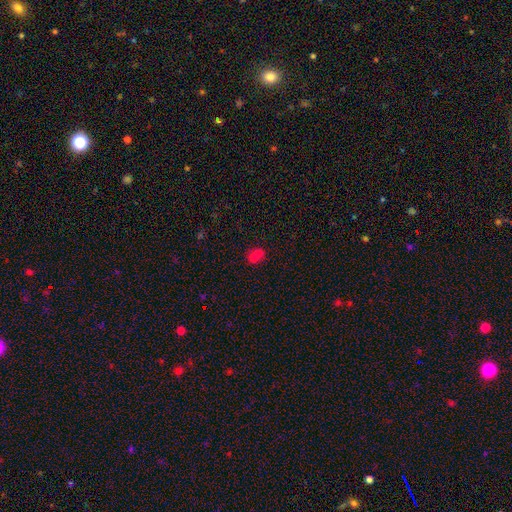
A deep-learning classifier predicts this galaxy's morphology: A smooth galaxy with no disk features (66%) that is round (57%). Merging: merger (63%).